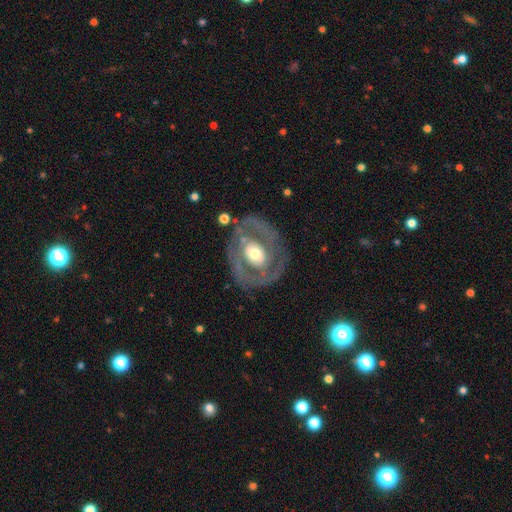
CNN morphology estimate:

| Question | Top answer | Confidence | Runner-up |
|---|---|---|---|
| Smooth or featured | featured or disk | 71% | smooth (24%) |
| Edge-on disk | no | 95% | yes (5%) |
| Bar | no | 71% | weak (20%) |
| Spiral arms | no | 56% | yes (44%) |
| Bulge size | moderate | 61% | large (25%) |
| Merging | none | 74% | minor disturbance (14%) |